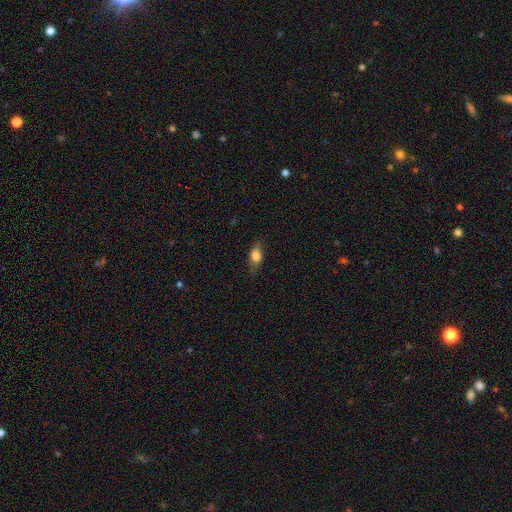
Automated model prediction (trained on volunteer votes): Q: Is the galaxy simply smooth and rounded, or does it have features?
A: smooth — 76%.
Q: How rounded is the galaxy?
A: in between — 77%.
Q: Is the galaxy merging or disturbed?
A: none — 73%.